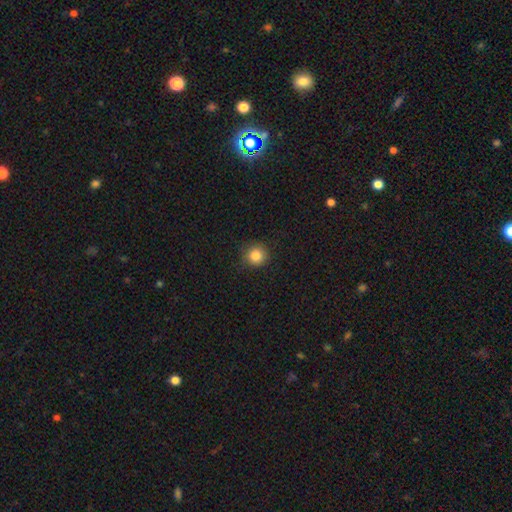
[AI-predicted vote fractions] The model was most divided on "smooth or featured": smooth: 85%, star or artifact: 11%, featured or disk: 4%. More confident: how rounded — round (93%); merging — none (88%).